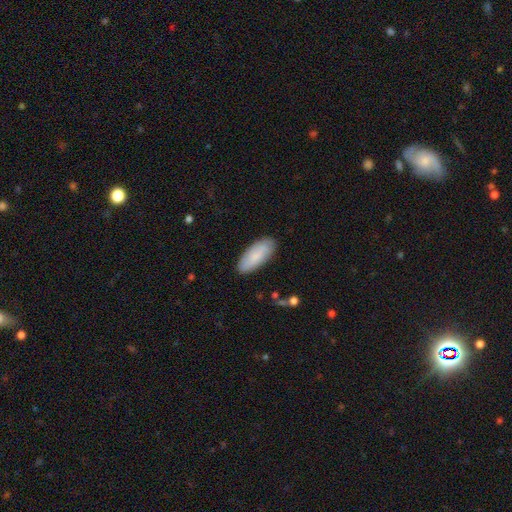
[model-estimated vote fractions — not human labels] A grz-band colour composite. It shows a smooth galaxy with no disk features (84%) that is in between round and cigar-shaped (82%). Merging: none (87%).